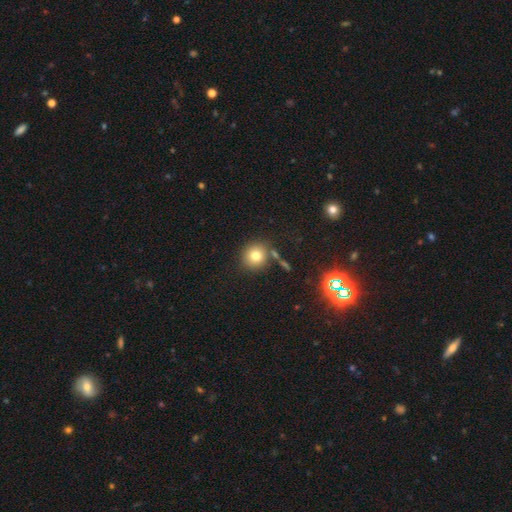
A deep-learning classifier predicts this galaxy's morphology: Smooth or featured? smooth (77%)
How rounded? round (86%)
Merging? none (77%)